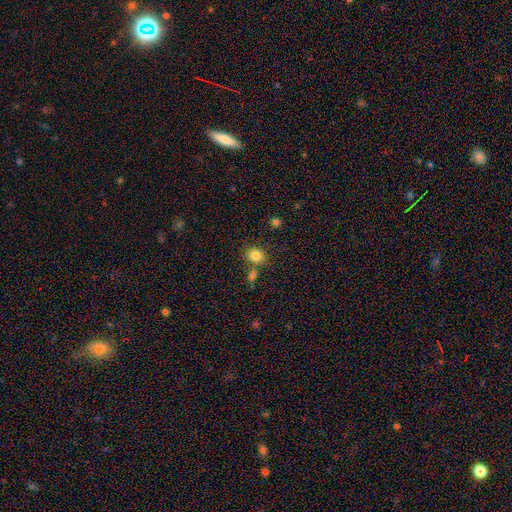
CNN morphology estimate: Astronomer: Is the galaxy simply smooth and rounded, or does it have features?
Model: smooth — 83%.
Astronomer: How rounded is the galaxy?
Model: round — 63%.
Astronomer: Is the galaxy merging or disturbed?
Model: none — 68%.